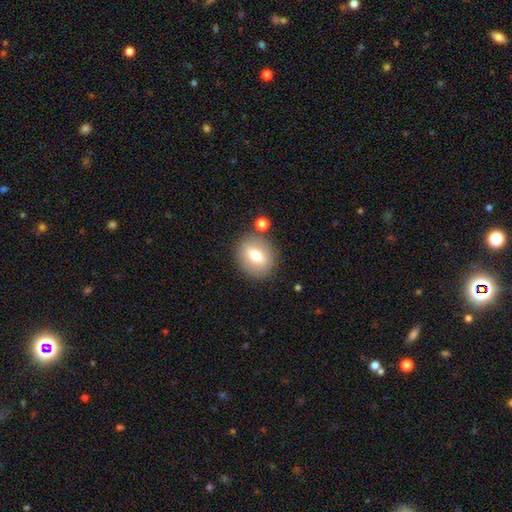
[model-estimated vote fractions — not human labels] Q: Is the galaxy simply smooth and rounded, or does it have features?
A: smooth — 66%.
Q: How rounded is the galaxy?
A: round — 60%.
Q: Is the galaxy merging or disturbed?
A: none — 82%.